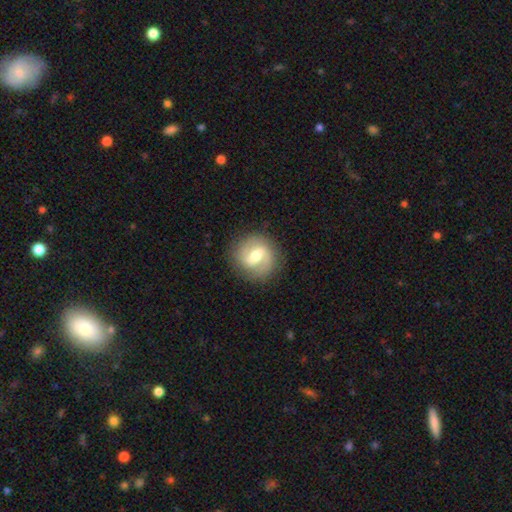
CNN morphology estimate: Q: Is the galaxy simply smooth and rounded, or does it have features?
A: featured or disk — 68%.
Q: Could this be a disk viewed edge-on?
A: no — 96%.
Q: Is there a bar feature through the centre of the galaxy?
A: weak — 51%.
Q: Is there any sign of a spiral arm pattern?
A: yes — 81%.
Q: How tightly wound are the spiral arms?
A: medium — 44%.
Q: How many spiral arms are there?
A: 2 — 84%.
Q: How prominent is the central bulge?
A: moderate — 67%.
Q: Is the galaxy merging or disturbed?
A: none — 84%.